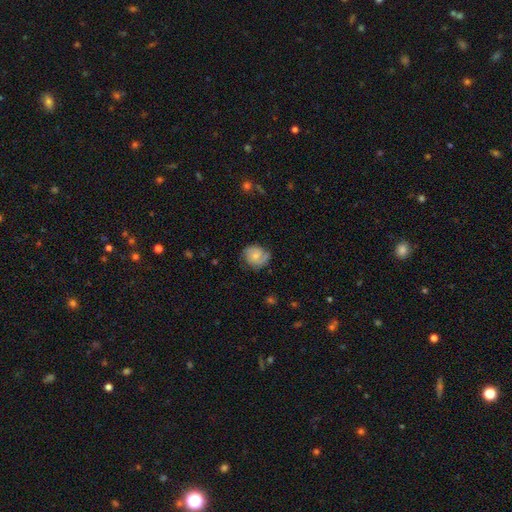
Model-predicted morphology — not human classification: A featured or disk galaxy (53%) with no bar (69%), spiral arms (88%) and a small central bulge (52%).

Vote fractions:
- Smooth or featured? featured or disk: 53% / smooth: 40% / star or artifact: 7%
- Edge-on disk? no: 97% / yes: 3%
- Bar? no: 69% / weak: 26% / strong: 4%
- Spiral arms? yes: 88% / no: 12%
- Bulge size? small: 52% / moderate: 40% / none: 5% / large: 2% / dominant: 1%
- Merging? none: 69% / minor disturbance: 23% / major disturbance: 7% / merger: 1%